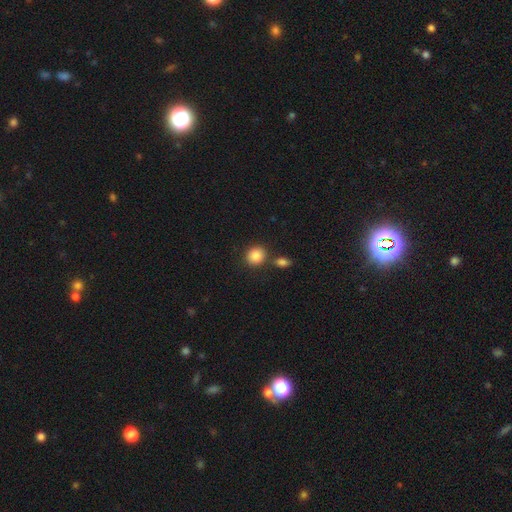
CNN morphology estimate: A smooth galaxy with no disk features (86%) that is round (80%).

Vote fractions:
- Smooth or featured? smooth: 86% / star or artifact: 9% / featured or disk: 5%
- How rounded? round: 80% / in between: 18% / cigar-shaped: 1%
- Merging? none: 75% / merger: 13% / minor disturbance: 9% / major disturbance: 3%